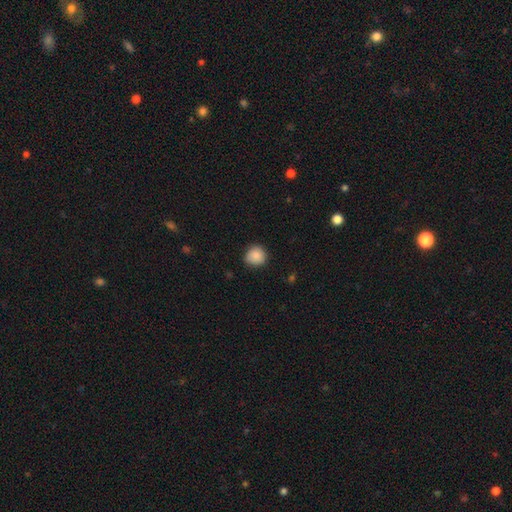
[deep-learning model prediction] This is clearly a smooth galaxy (86%). How rounded: clearly round (89%). Merging: likely none (79%).